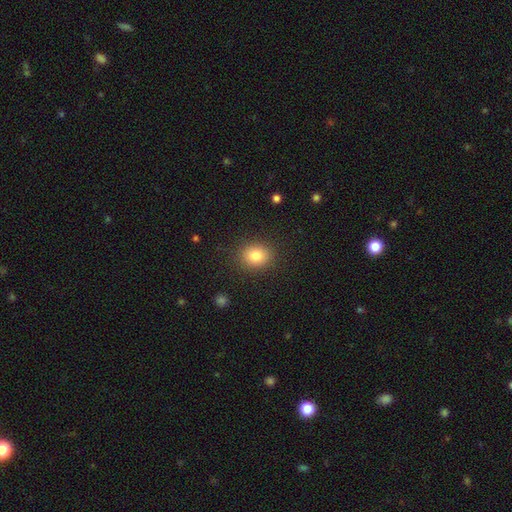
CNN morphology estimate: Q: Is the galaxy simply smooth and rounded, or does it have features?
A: smooth — 81%.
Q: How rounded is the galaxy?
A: round — 64%.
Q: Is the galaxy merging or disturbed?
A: none — 87%.